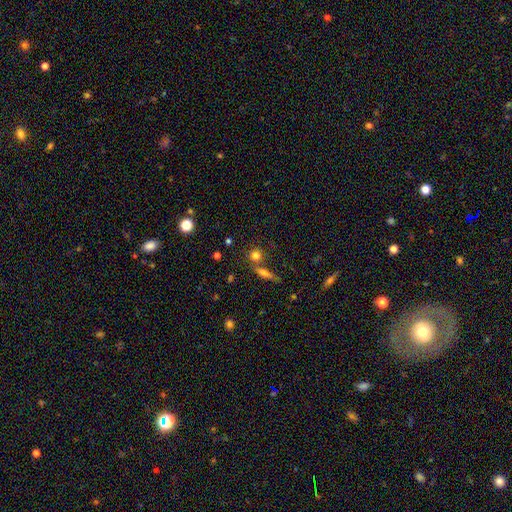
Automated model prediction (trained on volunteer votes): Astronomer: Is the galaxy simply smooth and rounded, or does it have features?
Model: smooth — 72%.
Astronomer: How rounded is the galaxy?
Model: round — 76%.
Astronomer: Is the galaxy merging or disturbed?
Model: none — 64%.